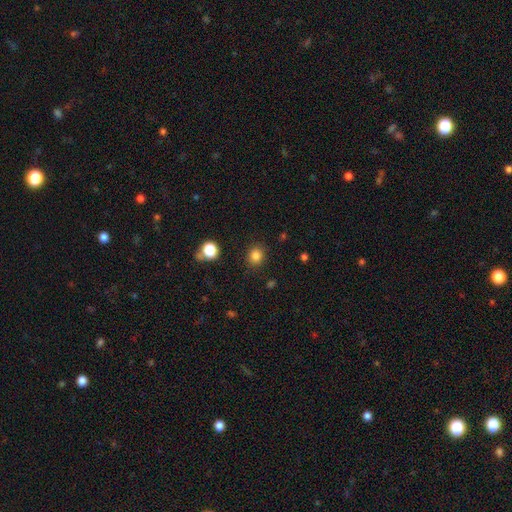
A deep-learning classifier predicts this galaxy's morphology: smooth-or-featured: smooth: 83% | star or artifact: 12% | featured or disk: 4%
  how-rounded: round: 77% | in between: 22% | cigar-shaped: 1%
  merging: none: 87% | minor disturbance: 8% | major disturbance: 3% | merger: 2%